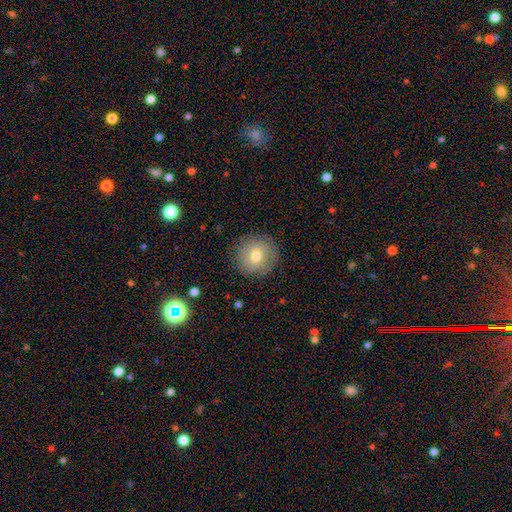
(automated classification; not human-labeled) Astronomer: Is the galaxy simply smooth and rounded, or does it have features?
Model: smooth — 67%.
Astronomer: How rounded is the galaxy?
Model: round — 93%.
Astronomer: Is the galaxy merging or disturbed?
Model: none — 86%.